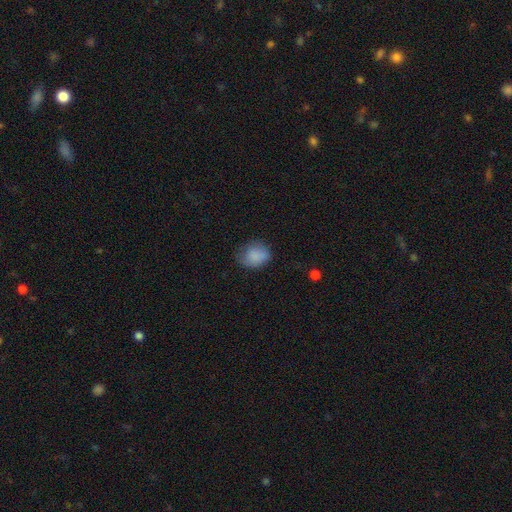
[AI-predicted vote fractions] smooth-or-featured: smooth: 84% | star or artifact: 9% | featured or disk: 7%
  how-rounded: round: 53% | in between: 46% | cigar-shaped: 1%
  merging: none: 60% | minor disturbance: 29% | major disturbance: 10% | merger: 1%